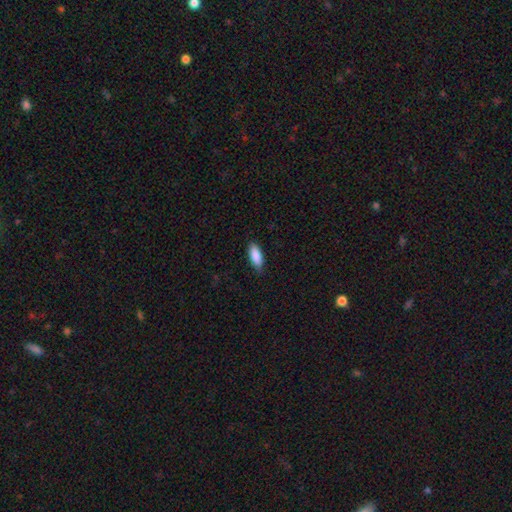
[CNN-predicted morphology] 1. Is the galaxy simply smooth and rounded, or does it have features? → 88% smooth, 6% featured or disk, 6% star or artifact.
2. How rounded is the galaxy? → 77% in between, 21% cigar-shaped, 2% round.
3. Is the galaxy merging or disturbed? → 83% none, 14% minor disturbance, 2% major disturbance, 1% merger.